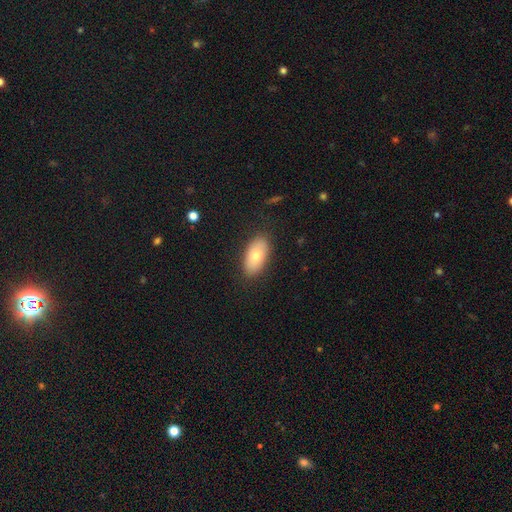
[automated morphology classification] Smooth or featured?
  - smooth: 77% *
  - featured or disk: 17%
  - star or artifact: 6%
How rounded?
  - in between: 94% *
  - cigar-shaped: 3%
  - round: 3%
Merging?
  - none: 86% *
  - minor disturbance: 11%
  - major disturbance: 3%
  - merger: 1%